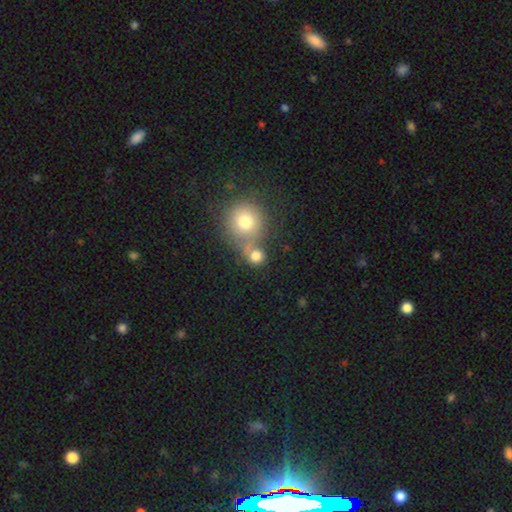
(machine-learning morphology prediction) smooth-or-featured: smooth: 78% | star or artifact: 13% | featured or disk: 9%
  how-rounded: round: 87% | in between: 12% | cigar-shaped: 1%
  merging: none: 48% | merger: 39% | minor disturbance: 8% | major disturbance: 5%